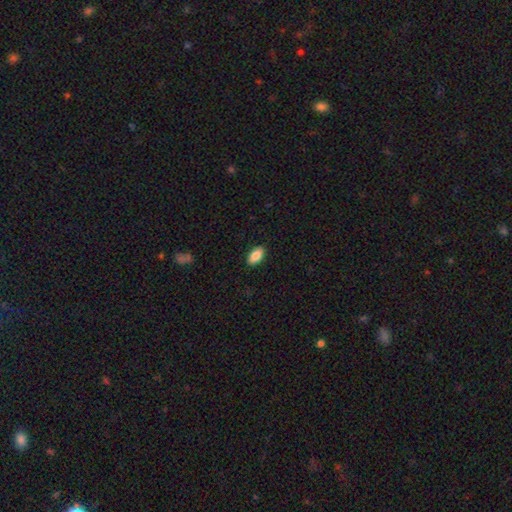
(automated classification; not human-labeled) smooth 87%, star or artifact 7%, featured or disk 7%. Down the decision tree: how rounded — in between (92%); merging — none (90%).